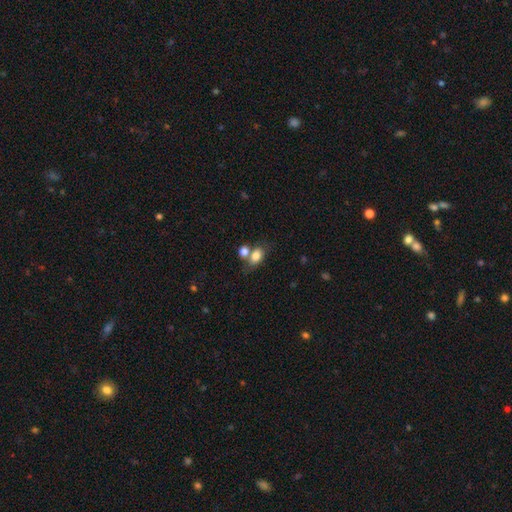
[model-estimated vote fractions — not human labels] This is clearly a smooth galaxy (80%). How rounded: likely in between (75%). Merging: possibly none (46%).